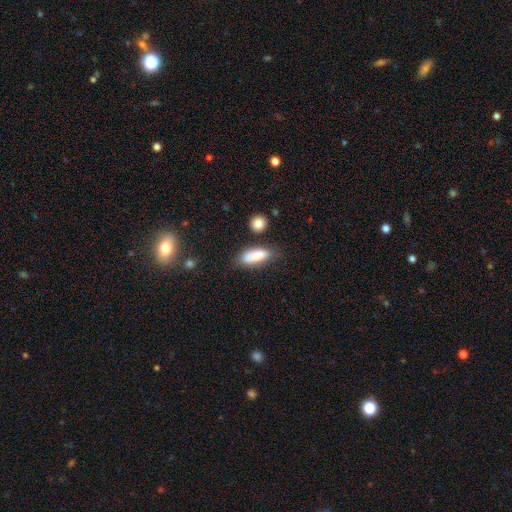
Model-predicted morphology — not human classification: Smooth or featured? smooth (84%)
How rounded? in between (69%)
Merging? none (68%)